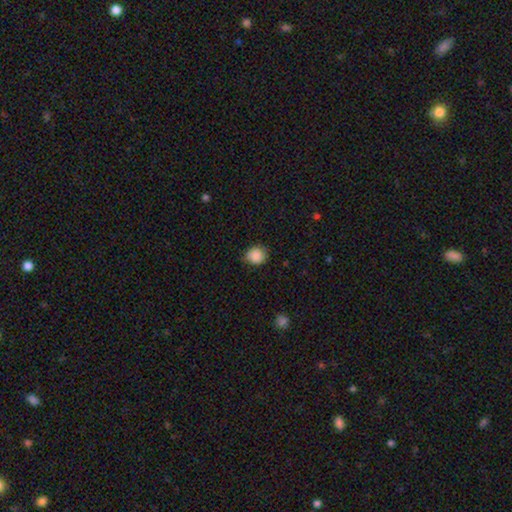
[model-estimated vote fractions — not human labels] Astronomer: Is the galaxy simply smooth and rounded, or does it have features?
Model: smooth — 88%.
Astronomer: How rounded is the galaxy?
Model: round — 80%.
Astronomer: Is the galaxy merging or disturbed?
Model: none — 78%.